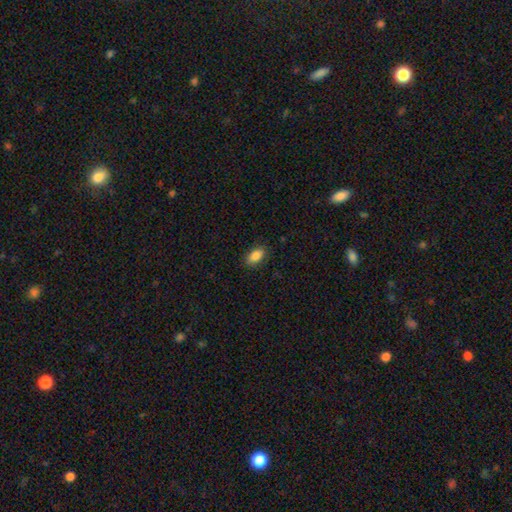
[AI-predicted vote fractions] Q: Smooth or featured?
A: smooth (87%); runner-up: star or artifact (8%)
Q: How rounded?
A: in between (90%); runner-up: round (5%)
Q: Merging?
A: none (87%); runner-up: minor disturbance (10%)